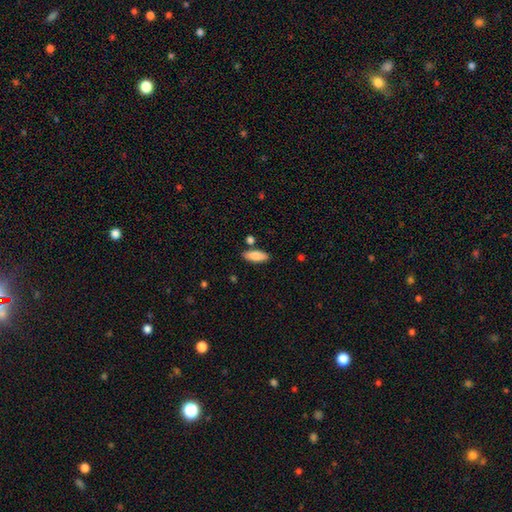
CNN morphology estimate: Smooth or featured? Predicted: smooth (p=0.84). How rounded? Predicted: in between (p=0.72). Merging? Predicted: none (p=0.81).